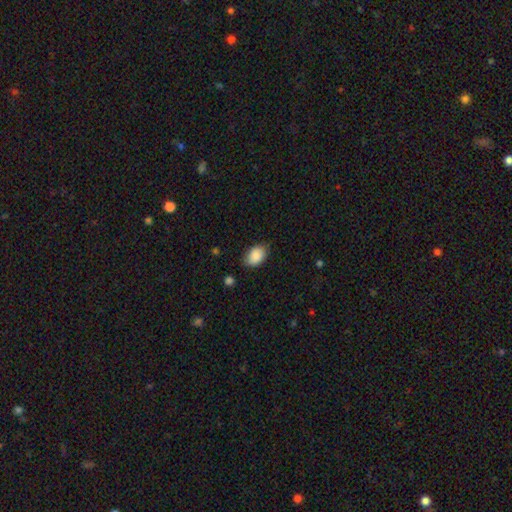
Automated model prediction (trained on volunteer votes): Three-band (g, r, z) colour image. It shows a smooth galaxy with no disk features (88%) that is in between round and cigar-shaped (86%). Merging: none (78%).